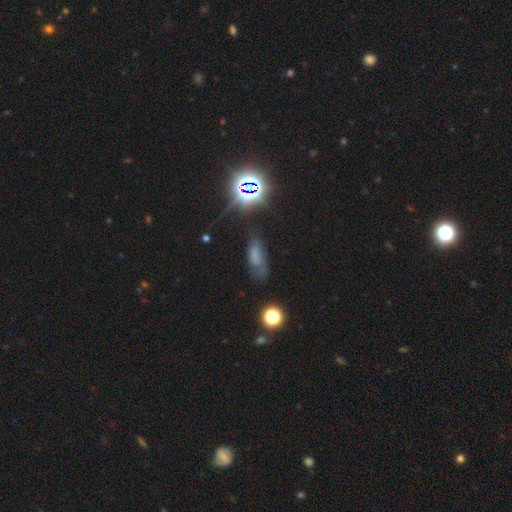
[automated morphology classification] This is possibly a smooth galaxy (48%). Merging: possibly none (50%).